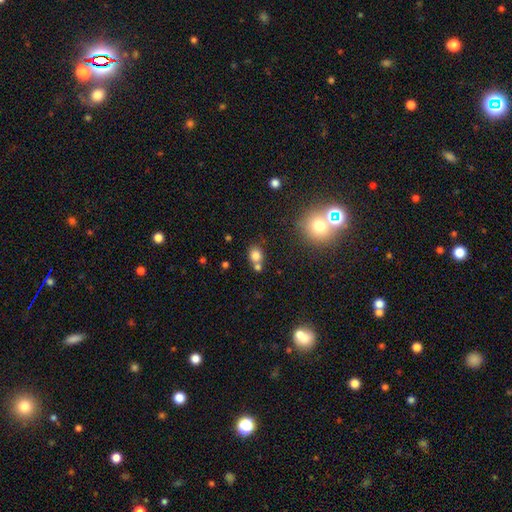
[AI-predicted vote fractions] smooth 78%, star or artifact 13%, featured or disk 9%. Down the decision tree: how rounded — round (61%); merging — none (52%).